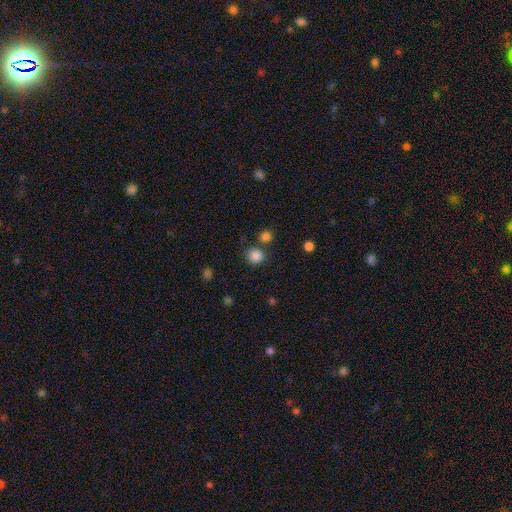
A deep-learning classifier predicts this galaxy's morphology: This appears to be a smooth galaxy with no disk features (84%) that is round (90%). Merging: none (76%).